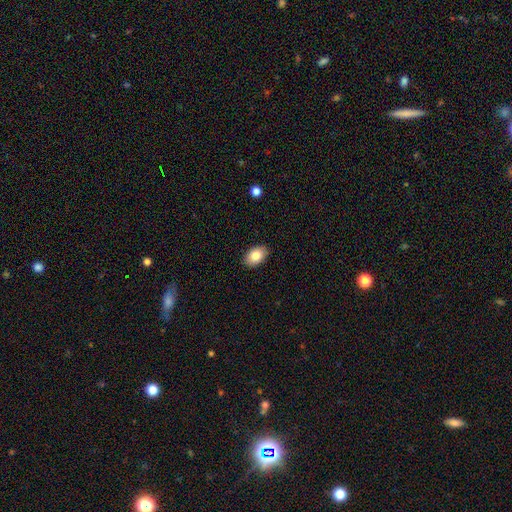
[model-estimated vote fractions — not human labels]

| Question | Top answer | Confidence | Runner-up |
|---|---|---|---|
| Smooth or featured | smooth | 83% | featured or disk (9%) |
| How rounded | in between | 89% | round (10%) |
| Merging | none | 89% | minor disturbance (8%) |